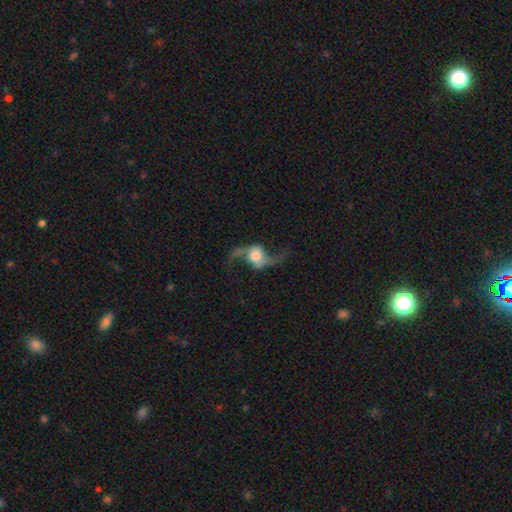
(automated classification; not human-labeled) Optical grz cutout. It shows a featured or disk galaxy (85%) with no bar (56%), 2 (94%) loose (90%) spiral arms (95%) and a large central bulge (43%). Merging: none (69%).